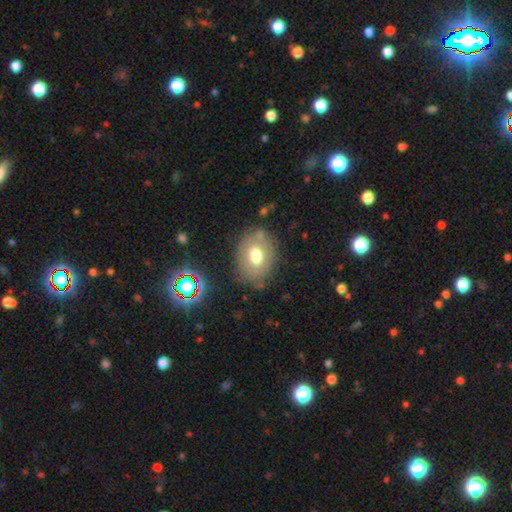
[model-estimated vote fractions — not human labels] A smooth galaxy with no disk features (66%) that is in between round and cigar-shaped (63%). Merging: none (74%).